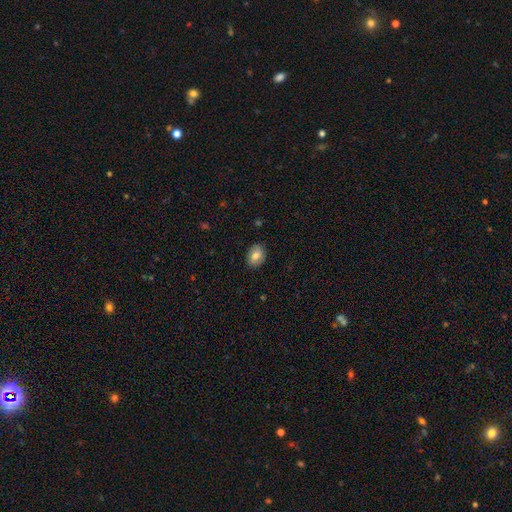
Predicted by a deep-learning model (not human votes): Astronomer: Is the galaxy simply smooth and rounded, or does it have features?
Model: smooth — 79%.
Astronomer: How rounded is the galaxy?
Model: in between — 67%.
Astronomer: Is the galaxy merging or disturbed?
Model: none — 88%.